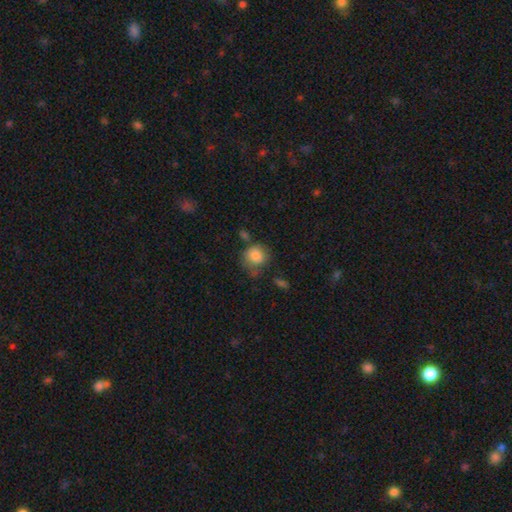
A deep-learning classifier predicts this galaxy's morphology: A smooth galaxy with no disk features (82%) that is round (81%).

Vote fractions:
- Smooth or featured? smooth: 82% / featured or disk: 9% / star or artifact: 9%
- How rounded? round: 81% / in between: 18% / cigar-shaped: 1%
- Merging? none: 58% / minor disturbance: 24% / merger: 9% / major disturbance: 9%